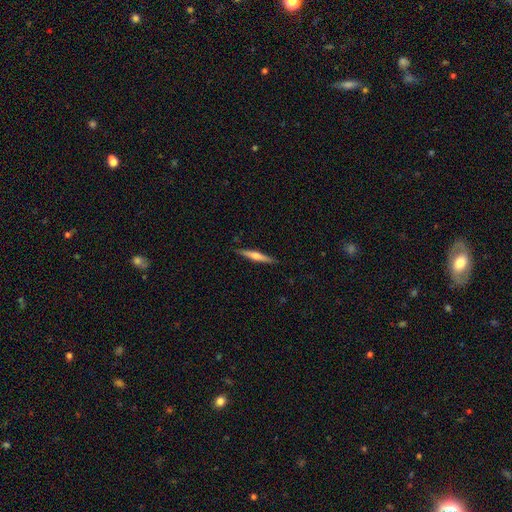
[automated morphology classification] Smooth or featured: featured or disk — 51% (smooth — 44%)
Edge-on disk: yes — 96% (no — 4%)
Merging: none — 89% (minor disturbance — 9%)